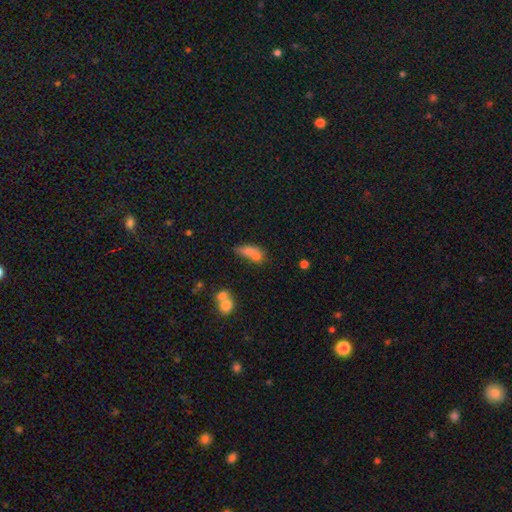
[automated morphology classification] A smooth galaxy with no disk features (67%) that is in between round and cigar-shaped (63%).

Vote fractions:
- Smooth or featured? smooth: 67% / featured or disk: 20% / star or artifact: 12%
- How rounded? in between: 63% / round: 21% / cigar-shaped: 16%
- Merging? merger: 53% / none: 27% / minor disturbance: 12% / major disturbance: 8%